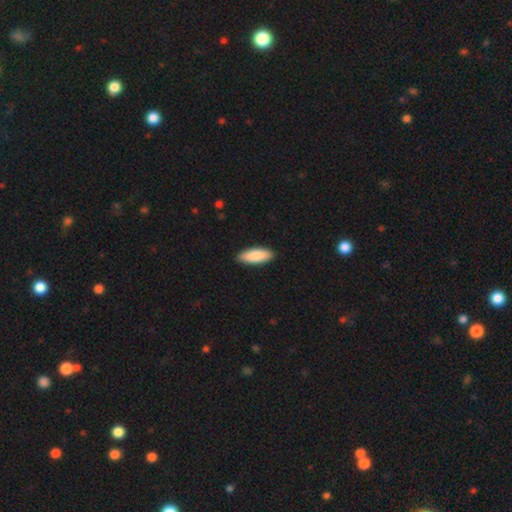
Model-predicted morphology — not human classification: smooth_or_featured: smooth (p=0.87) [alt: featured or disk p=0.08]
how_rounded: in between (p=0.70) [alt: cigar-shaped p=0.28]
merging: none (p=0.90) [alt: minor disturbance p=0.08]